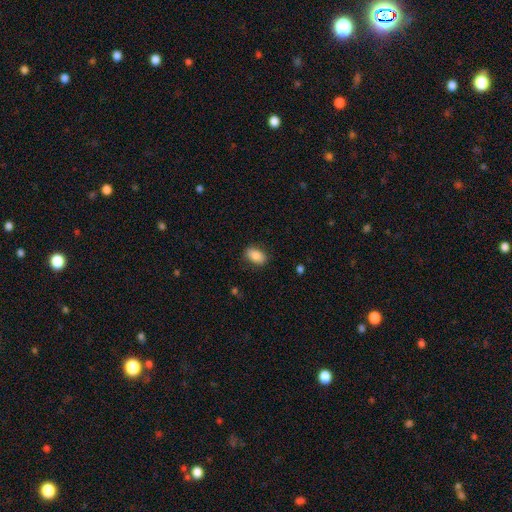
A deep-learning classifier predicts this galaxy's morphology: The model was most divided on "merging": none: 85%, minor disturbance: 11%, major disturbance: 3%, merger: 1%. More confident: how rounded — in between (89%); smooth or featured — smooth (85%).